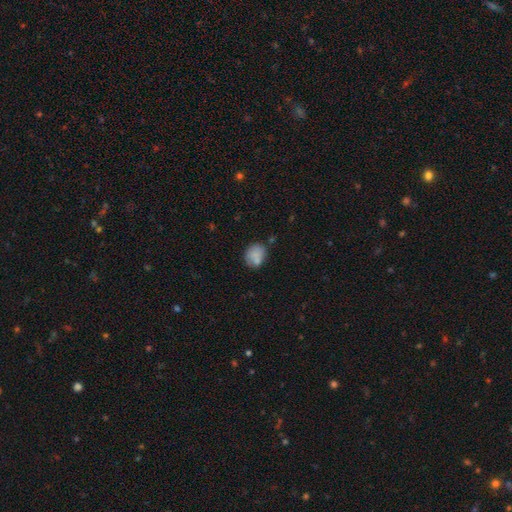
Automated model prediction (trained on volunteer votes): This appears to be a smooth galaxy with no disk features (79%) that is round (56%). Merging: none (59%).